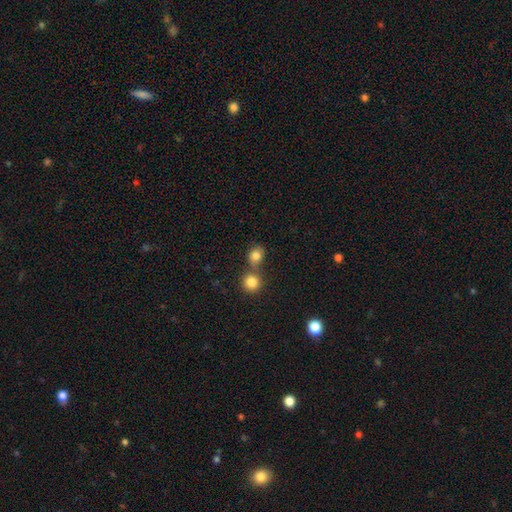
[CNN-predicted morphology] A smooth galaxy with no disk features (83%) that is round (71%).

Vote fractions:
- Smooth or featured? smooth: 83% / star or artifact: 11% / featured or disk: 7%
- How rounded? round: 71% / in between: 28% / cigar-shaped: 1%
- Merging? none: 48% / merger: 39% / minor disturbance: 9% / major disturbance: 3%